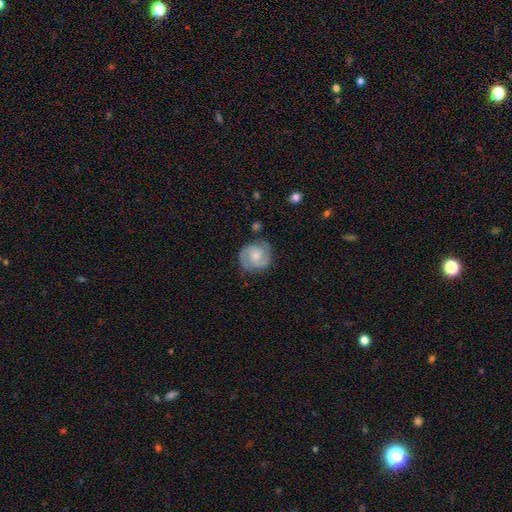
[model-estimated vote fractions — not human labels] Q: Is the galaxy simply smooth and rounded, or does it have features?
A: featured or disk — 77%.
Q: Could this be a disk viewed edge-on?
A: no — 98%.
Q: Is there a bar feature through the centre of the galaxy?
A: no — 62%.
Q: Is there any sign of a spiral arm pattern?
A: yes — 96%.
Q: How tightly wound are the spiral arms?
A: tight — 47%.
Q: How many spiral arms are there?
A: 2 — 84%.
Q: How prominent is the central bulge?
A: moderate — 46%.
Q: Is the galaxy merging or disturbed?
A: none — 77%.